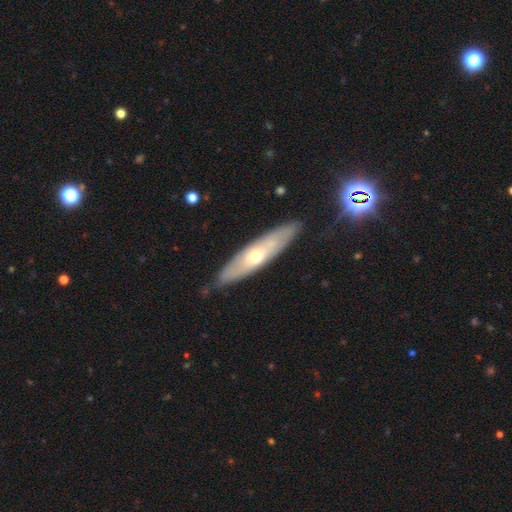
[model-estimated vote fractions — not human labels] This appears to be a featured or disk galaxy (54%) viewed edge-on (51%). Merging: none (83%).